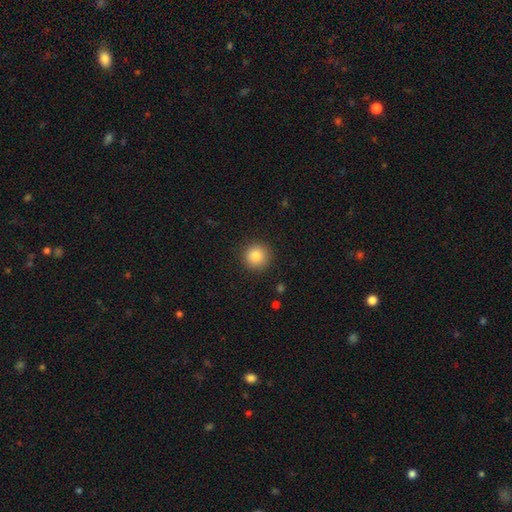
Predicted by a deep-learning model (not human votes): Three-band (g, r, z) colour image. It shows a smooth galaxy with no disk features (85%) that is round (94%). Merging: none (91%).